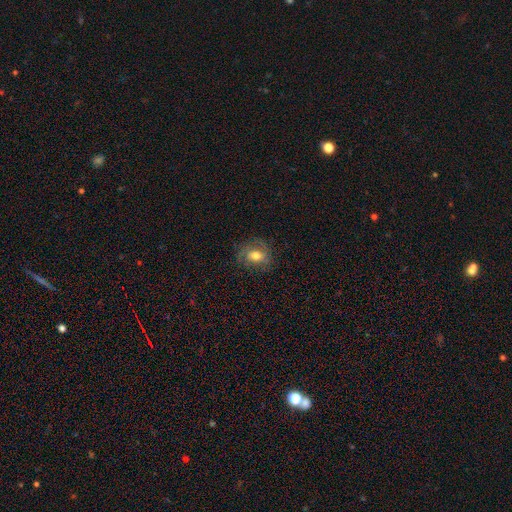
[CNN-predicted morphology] Overall: smooth (49%; featured or disk 41%). Merging: none (71%).